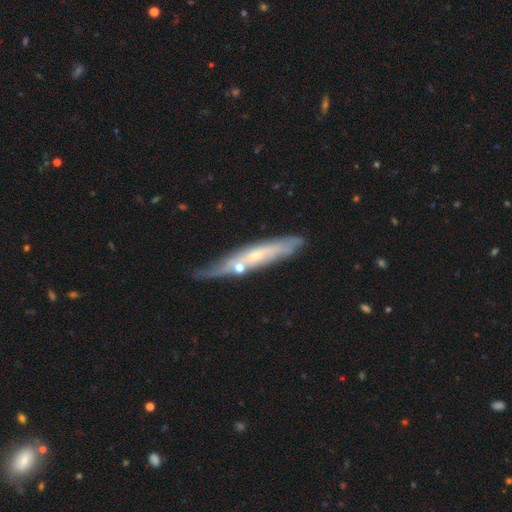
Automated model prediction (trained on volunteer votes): Smooth or featured? Predicted: featured or disk (p=0.64). Edge-on disk? Predicted: yes (p=0.65). Merging? Predicted: none (p=0.60).